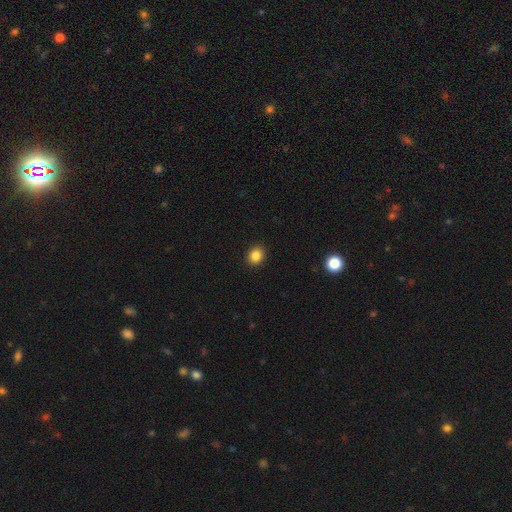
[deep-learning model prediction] The model was most divided on "how rounded": round: 67%, in between: 32%, cigar-shaped: 1%. More confident: merging — none (92%); smooth or featured — smooth (86%).